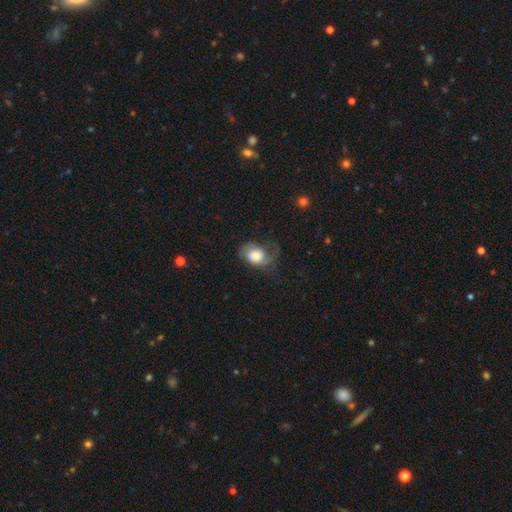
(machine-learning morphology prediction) Smooth or featured? featured or disk (57%)
Edge-on disk? no (96%)
Bar? no (73%)
Spiral arms? yes (87%)
Bulge size? moderate (48%)
Merging? none (50%)